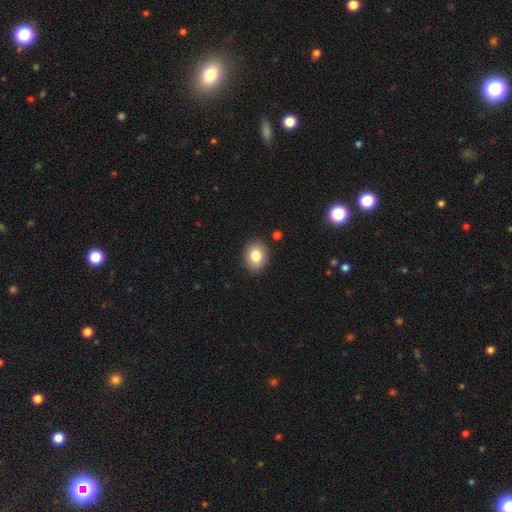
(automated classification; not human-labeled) smooth 83%, star or artifact 9%, featured or disk 8%. Down the decision tree: how rounded — in between (51%); merging — none (88%).